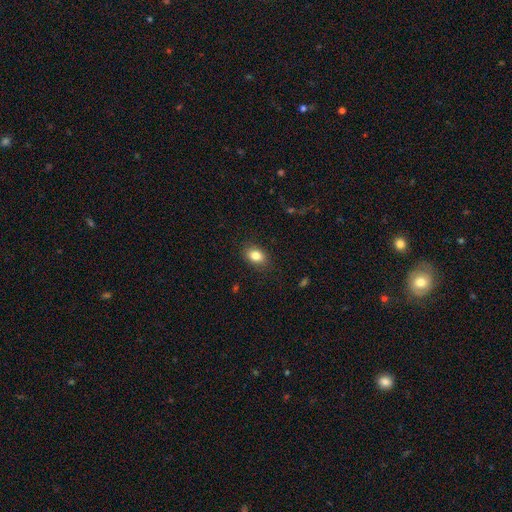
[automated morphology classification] smooth 83%, star or artifact 9%, featured or disk 8%. Down the decision tree: how rounded — in between (78%); merging — none (87%).